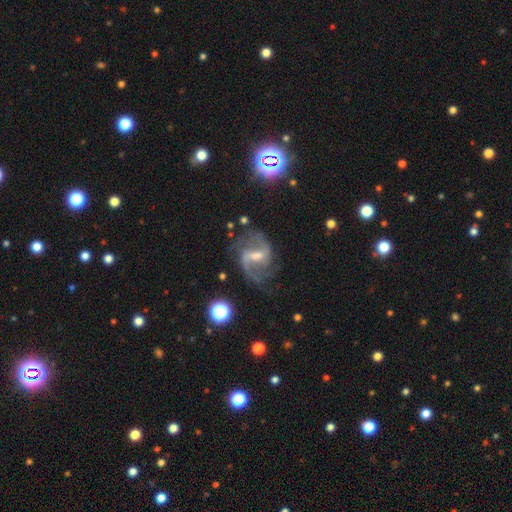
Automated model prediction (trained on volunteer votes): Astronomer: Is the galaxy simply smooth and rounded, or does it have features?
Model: featured or disk — 87%.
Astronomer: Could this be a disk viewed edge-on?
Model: no — 97%.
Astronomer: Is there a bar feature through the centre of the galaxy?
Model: weak — 51% (runner-up: strong, 35%).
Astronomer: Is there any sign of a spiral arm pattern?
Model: yes — 97%.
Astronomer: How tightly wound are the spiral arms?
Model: medium — 47% (runner-up: loose, 42%).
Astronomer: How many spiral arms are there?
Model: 2 — 90%.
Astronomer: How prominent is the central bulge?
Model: moderate — 45% (runner-up: small, 42%).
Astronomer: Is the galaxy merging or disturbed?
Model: none — 74%.